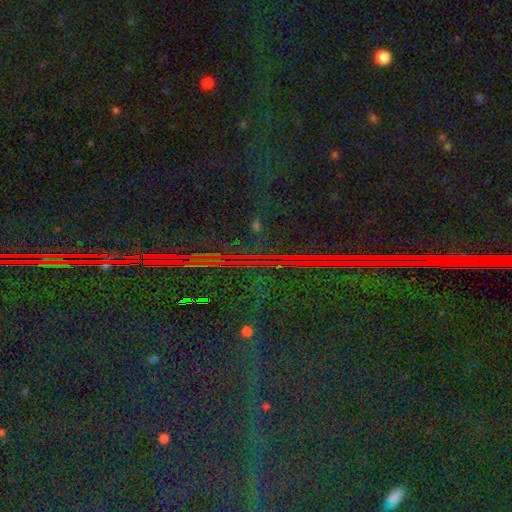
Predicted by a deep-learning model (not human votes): A star or artifact, not a galaxy (87%).